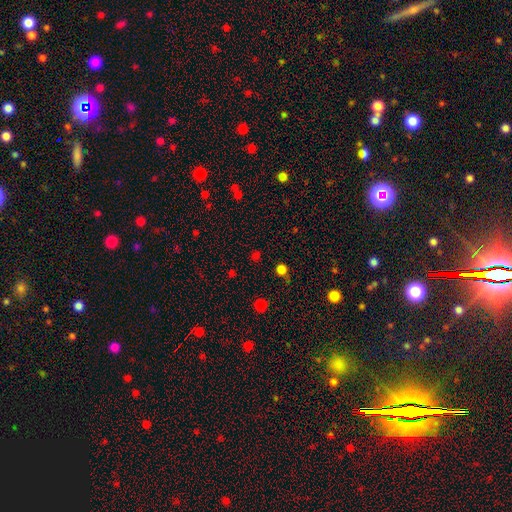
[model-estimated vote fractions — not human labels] A smooth galaxy with no disk features (55%) that is round (86%). Merging: none (79%).